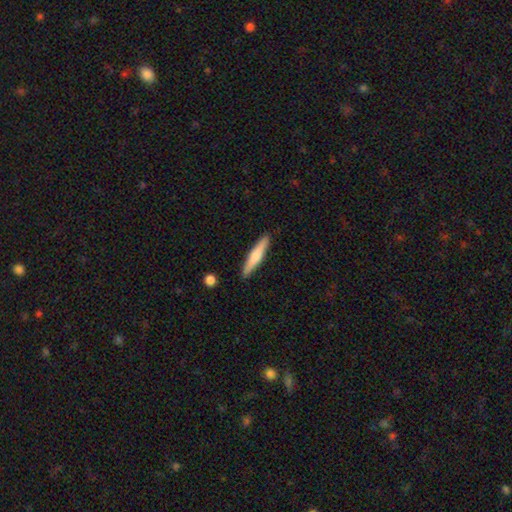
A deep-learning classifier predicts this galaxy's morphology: Smooth or featured?
  - smooth: 60% *
  - featured or disk: 34%
  - star or artifact: 5%
How rounded?
  - cigar-shaped: 91% *
  - in between: 8%
  - round: 1%
Merging?
  - none: 90% *
  - minor disturbance: 7%
  - merger: 1%
  - major disturbance: 1%